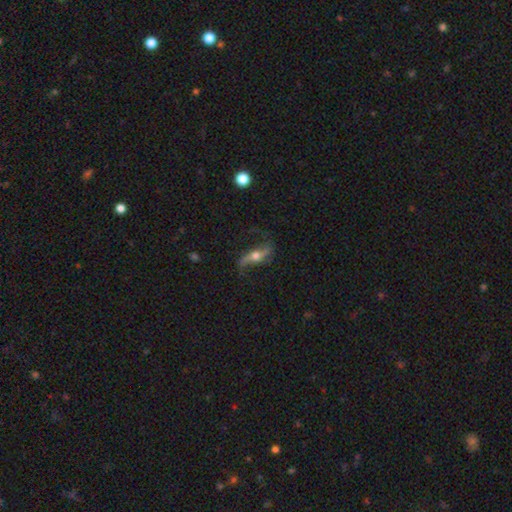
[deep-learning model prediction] smooth-or-featured: featured or disk: 81% | smooth: 13% | star or artifact: 6%
  disk-edge-on: no: 75% | yes: 25%
    bar: no: 43% | strong: 33% | weak: 24%
    has-spiral-arms: yes: 92% | no: 8%
      spiral-winding: loose: 88% | medium: 9% | tight: 3%
      spiral-arm-count: 2: 92% | 1: 3% | can't tell: 2% | 3: 1% | 4: 1% | more than 4: 1%
    bulge-size: moderate: 65% | small: 23% | large: 8% | dominant: 2% | none: 2%
  merging: none: 73% | minor disturbance: 15% | major disturbance: 9% | merger: 2%